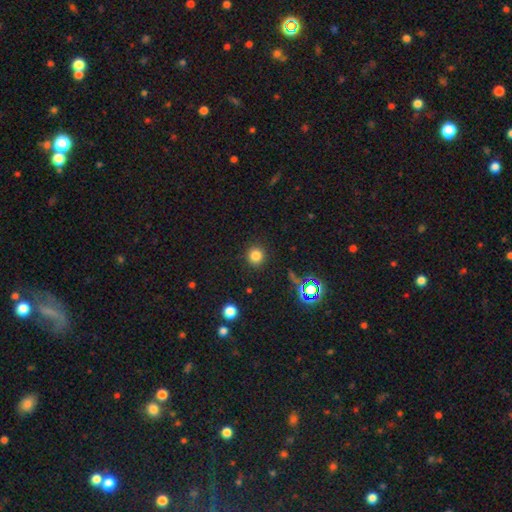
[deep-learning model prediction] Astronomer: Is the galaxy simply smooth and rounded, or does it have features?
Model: smooth — 80%.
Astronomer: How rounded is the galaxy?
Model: round — 93%.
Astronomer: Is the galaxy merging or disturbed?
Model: none — 90%.